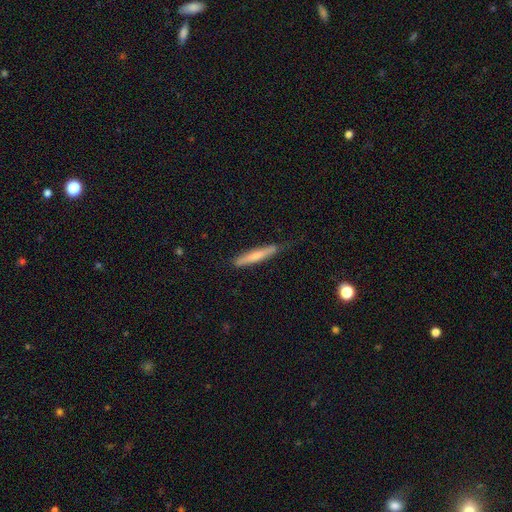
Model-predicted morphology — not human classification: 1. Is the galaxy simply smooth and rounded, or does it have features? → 63% smooth, 32% featured or disk, 5% star or artifact.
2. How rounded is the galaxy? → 94% cigar-shaped, 5% in between, 1% round.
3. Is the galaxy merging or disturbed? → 75% none, 20% minor disturbance, 3% major disturbance, 1% merger.